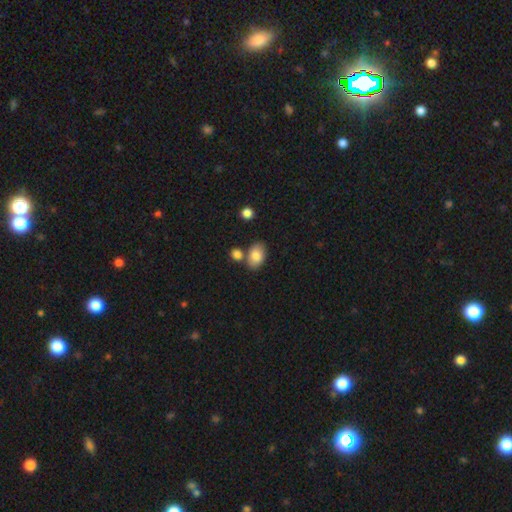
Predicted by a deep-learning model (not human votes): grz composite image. It shows a smooth galaxy with no disk features (83%) that is in between round and cigar-shaped (88%). Merging: none (66%).